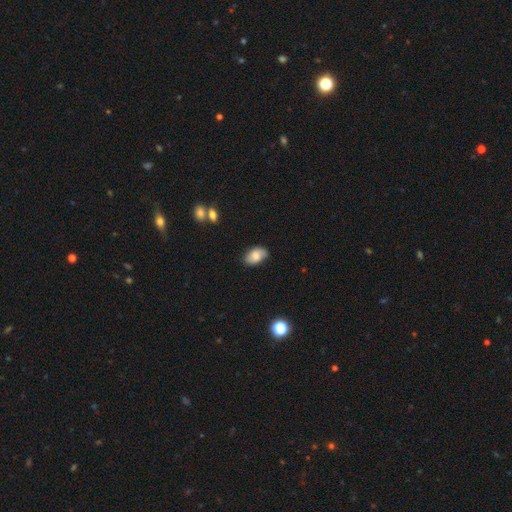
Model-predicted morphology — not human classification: This appears to be a smooth galaxy with no disk features (79%) that is in between round and cigar-shaped (93%). Merging: none (80%).